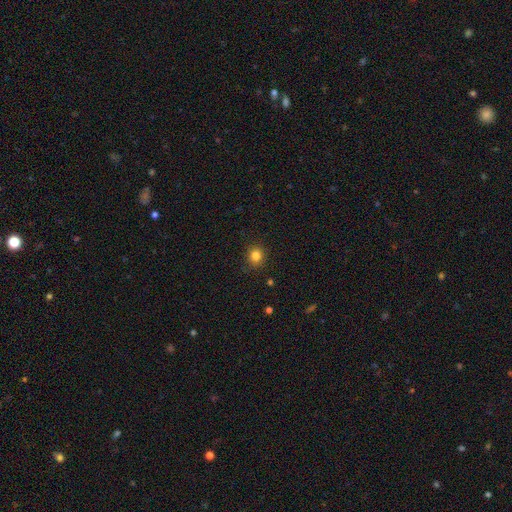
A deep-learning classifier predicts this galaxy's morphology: Smooth or featured? smooth (83%)
How rounded? round (88%)
Merging? none (90%)